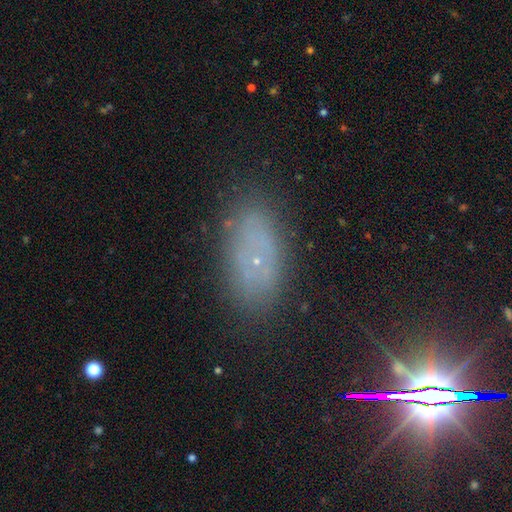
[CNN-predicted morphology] smooth 40%, featured or disk 34%, star or artifact 27%. Down the decision tree: merging — none (80%).